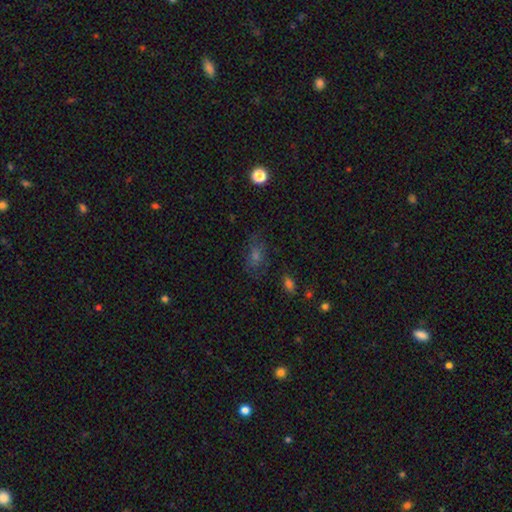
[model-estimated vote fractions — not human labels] Smooth or featured?
  - smooth: 42% *
  - star or artifact: 33%
  - featured or disk: 25%
Merging?
  - none: 69% *
  - minor disturbance: 18%
  - major disturbance: 10%
  - merger: 3%